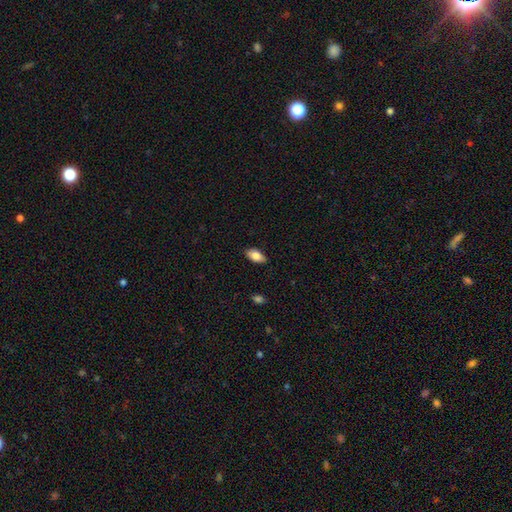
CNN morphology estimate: Q: Smooth or featured?
A: smooth (81%); runner-up: featured or disk (12%)
Q: How rounded?
A: in between (91%); runner-up: cigar-shaped (5%)
Q: Merging?
A: none (85%); runner-up: minor disturbance (12%)